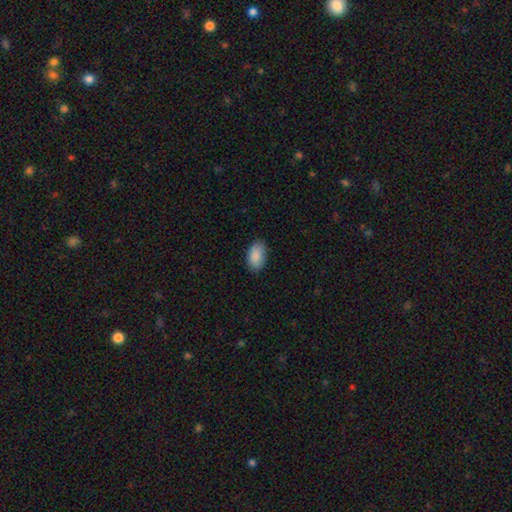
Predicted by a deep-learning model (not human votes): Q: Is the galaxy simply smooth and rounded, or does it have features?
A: smooth — 89%.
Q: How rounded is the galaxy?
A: in between — 92%.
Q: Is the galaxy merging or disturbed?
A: none — 82%.